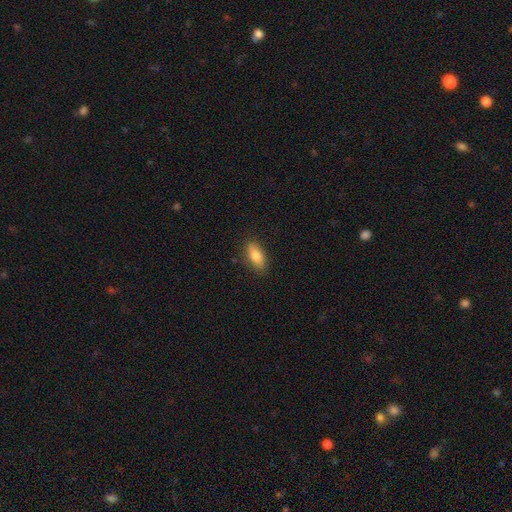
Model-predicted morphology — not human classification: Smooth or featured: smooth — 82% (featured or disk — 11%)
How rounded: in between — 86% (cigar-shaped — 10%)
Merging: none — 84% (minor disturbance — 12%)